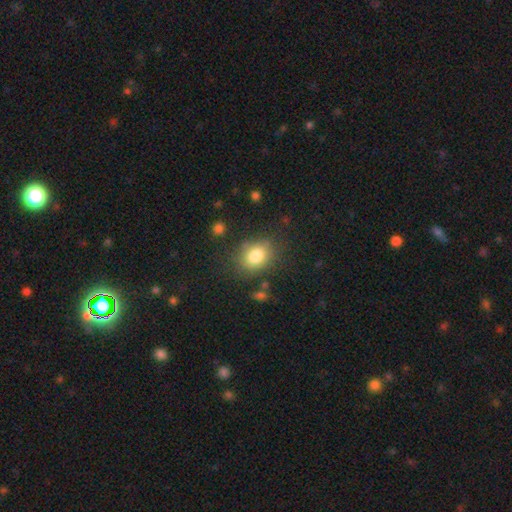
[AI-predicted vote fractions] A smooth galaxy with no disk features (80%) that is in between round and cigar-shaped (57%).

Vote fractions:
- Smooth or featured? smooth: 80% / star or artifact: 10% / featured or disk: 10%
- How rounded? in between: 57% / round: 42% / cigar-shaped: 1%
- Merging? none: 77% / minor disturbance: 14% / major disturbance: 5% / merger: 4%